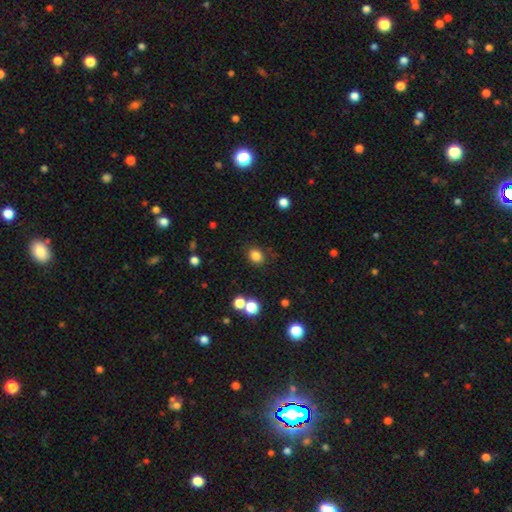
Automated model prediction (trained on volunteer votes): This is clearly a smooth galaxy (83%). How rounded: possibly round (59%). Merging: clearly none (83%).